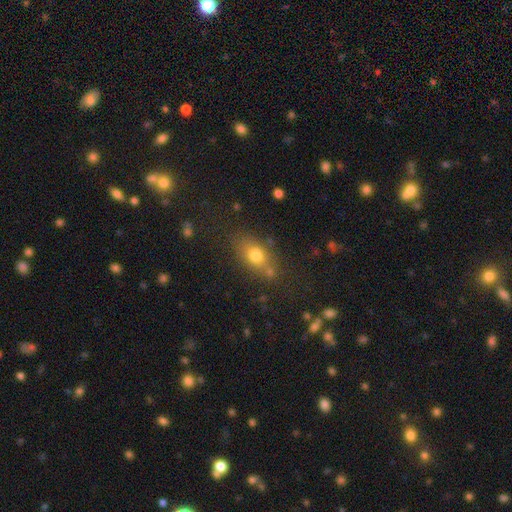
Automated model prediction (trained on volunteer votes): This appears to be a smooth galaxy with no disk features (74%) that is in between round and cigar-shaped (73%). Merging: none (69%).